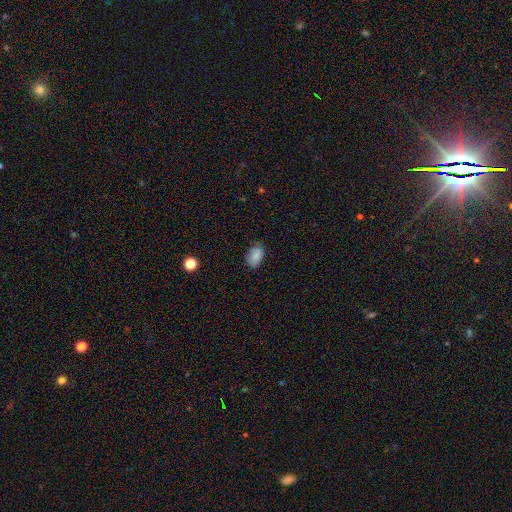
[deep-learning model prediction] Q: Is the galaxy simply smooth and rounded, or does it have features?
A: smooth — 82%.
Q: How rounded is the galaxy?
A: in between — 87%.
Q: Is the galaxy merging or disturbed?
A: none — 73%.